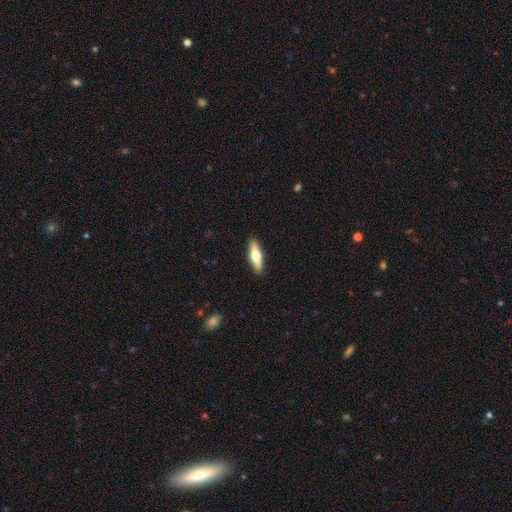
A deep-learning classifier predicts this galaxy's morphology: A smooth galaxy with no disk features (51%) that is cigar-shaped (62%). Merging: none (91%).